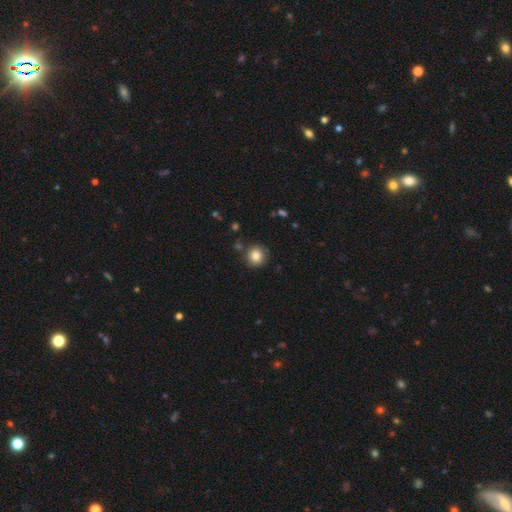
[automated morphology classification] smooth 83%, star or artifact 10%, featured or disk 7%. Down the decision tree: how rounded — round (91%); merging — none (86%).